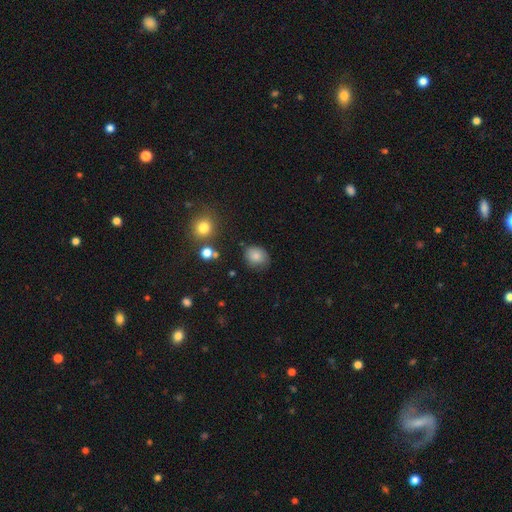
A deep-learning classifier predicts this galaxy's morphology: Smooth or featured: smooth — 83% (star or artifact — 10%)
How rounded: round — 55% (in between — 44%)
Merging: none — 74% (minor disturbance — 19%)